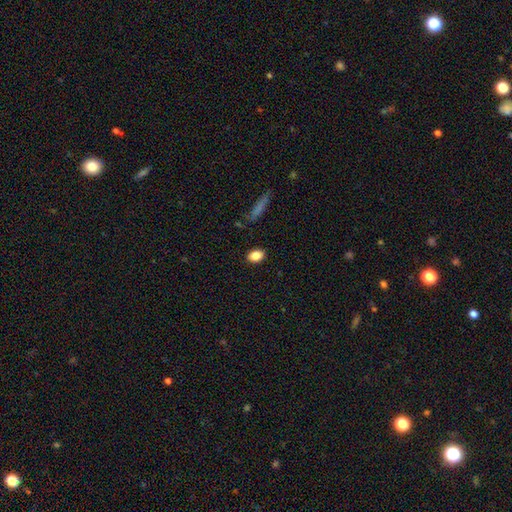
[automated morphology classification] A smooth galaxy with no disk features (85%) that is in between round and cigar-shaped (80%).

Vote fractions:
- Smooth or featured? smooth: 85% / star or artifact: 8% / featured or disk: 7%
- How rounded? in between: 80% / round: 18% / cigar-shaped: 2%
- Merging? none: 88% / minor disturbance: 8% / major disturbance: 2% / merger: 2%